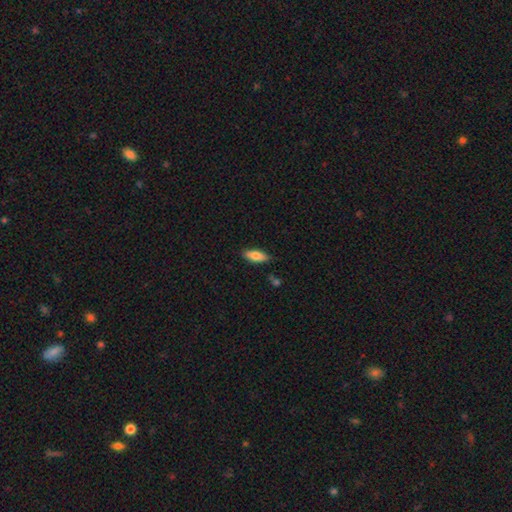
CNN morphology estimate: smooth_or_featured: smooth (p=0.80) [alt: featured or disk p=0.14]
how_rounded: in between (p=0.73) [alt: cigar-shaped p=0.25]
merging: none (p=0.83) [alt: minor disturbance p=0.12]